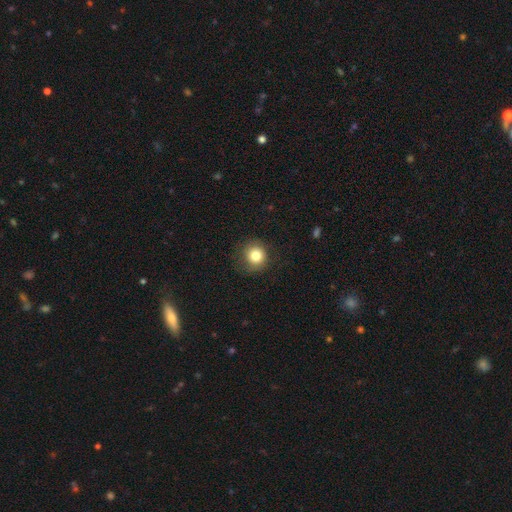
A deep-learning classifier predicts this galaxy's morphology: smooth_or_featured: smooth (p=0.81) [alt: star or artifact p=0.10]
how_rounded: round (p=0.90) [alt: in between p=0.09]
merging: none (p=0.82) [alt: minor disturbance p=0.13]